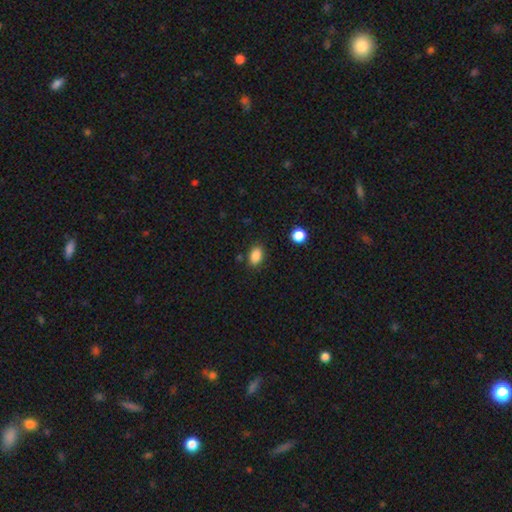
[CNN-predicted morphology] A smooth galaxy with no disk features (87%) that is in between round and cigar-shaped (85%). Merging: none (85%).